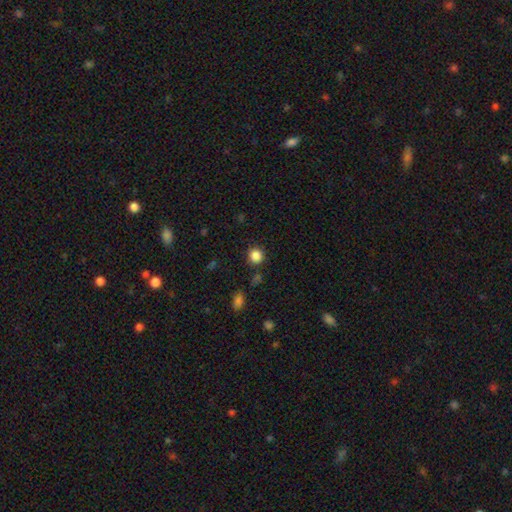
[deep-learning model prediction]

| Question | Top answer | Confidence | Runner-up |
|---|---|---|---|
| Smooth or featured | smooth | 85% | star or artifact (11%) |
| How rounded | round | 90% | in between (9%) |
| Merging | none | 85% | minor disturbance (9%) |